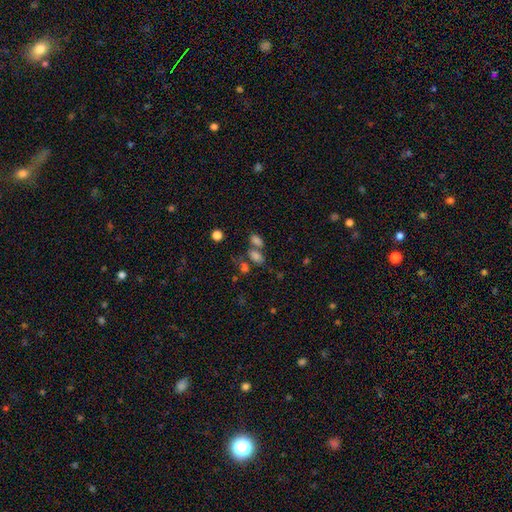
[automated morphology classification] A smooth galaxy with no disk features (75%) that is in between round and cigar-shaped (86%).

Vote fractions:
- Smooth or featured? smooth: 75% / star or artifact: 15% / featured or disk: 10%
- How rounded? in between: 86% / round: 10% / cigar-shaped: 5%
- Merging? none: 41% / merger: 40% / minor disturbance: 12% / major disturbance: 7%